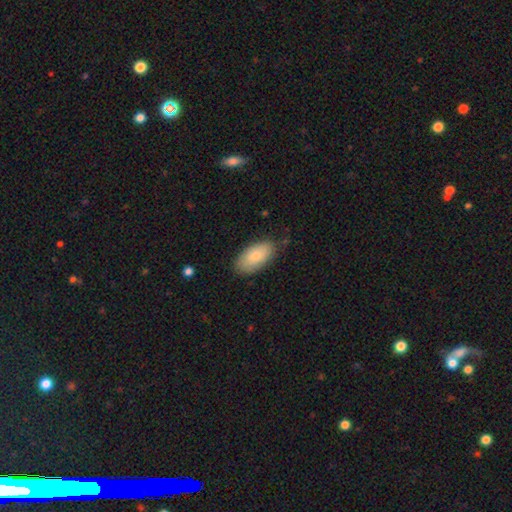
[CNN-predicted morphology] smooth-or-featured: smooth: 79% | featured or disk: 15% | star or artifact: 6%
  how-rounded: in between: 94% | cigar-shaped: 3% | round: 3%
  merging: none: 79% | minor disturbance: 16% | major disturbance: 3% | merger: 1%